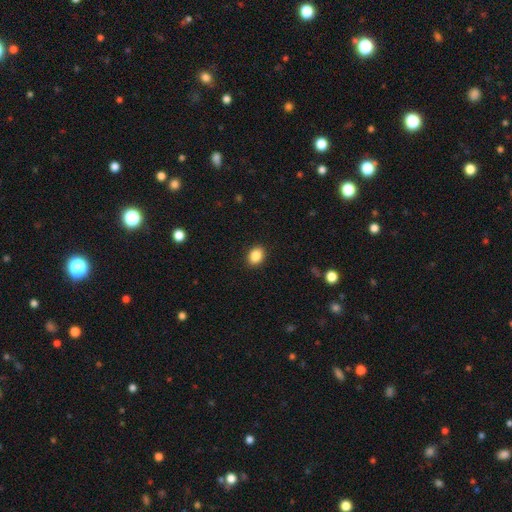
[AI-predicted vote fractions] Q: Smooth or featured?
A: smooth (87%); runner-up: star or artifact (9%)
Q: How rounded?
A: in between (60%); runner-up: round (39%)
Q: Merging?
A: none (91%); runner-up: minor disturbance (6%)